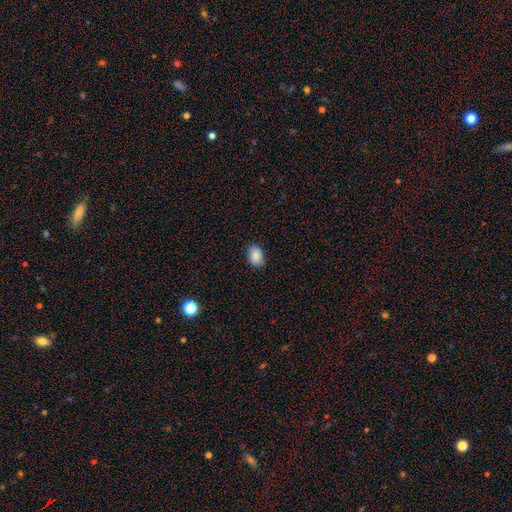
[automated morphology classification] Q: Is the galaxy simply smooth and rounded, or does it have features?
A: smooth — 89%.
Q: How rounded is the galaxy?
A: in between — 79%.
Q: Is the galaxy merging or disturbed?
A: none — 86%.